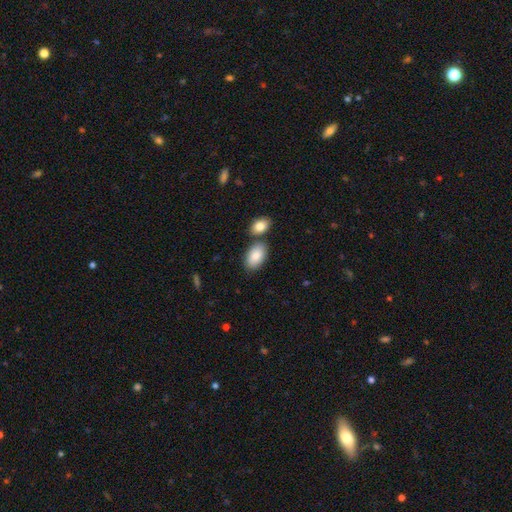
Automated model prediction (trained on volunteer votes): smooth 86%, featured or disk 8%, star or artifact 6%. Down the decision tree: how rounded — in between (94%); merging — none (67%).